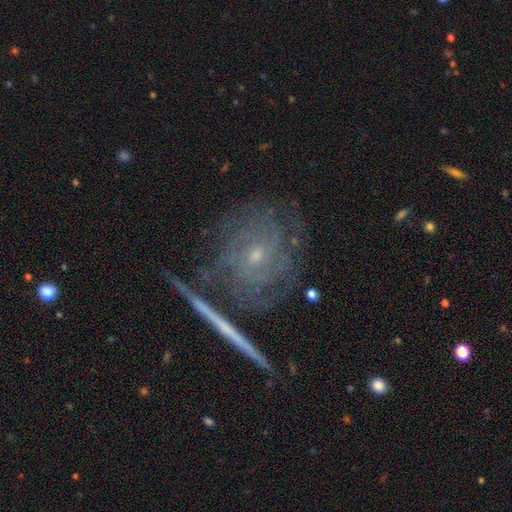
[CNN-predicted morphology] Overall: featured or disk (80%). Edge-on disk: no (85%). Bar: no (70%). Spiral arms: yes (88%). Spiral arm count: can't tell (47%; 3 16%). Spiral winding: tight (76%). Bulge size: small (72%). Merging: none (71%).